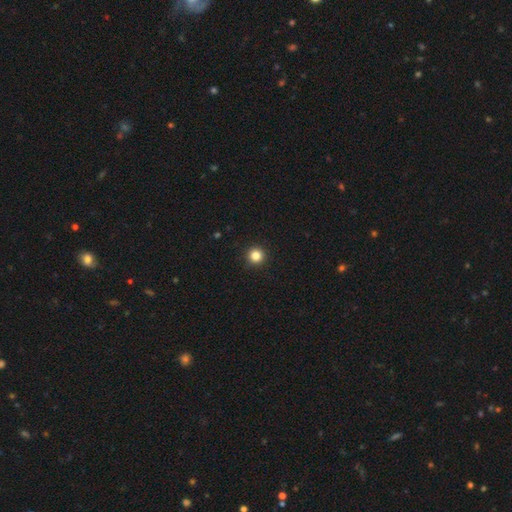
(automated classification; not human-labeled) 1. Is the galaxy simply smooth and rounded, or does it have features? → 83% smooth, 12% star or artifact, 4% featured or disk.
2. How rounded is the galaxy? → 96% round, 3% in between, 1% cigar-shaped.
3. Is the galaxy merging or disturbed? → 94% none, 4% minor disturbance, 1% major disturbance, 1% merger.